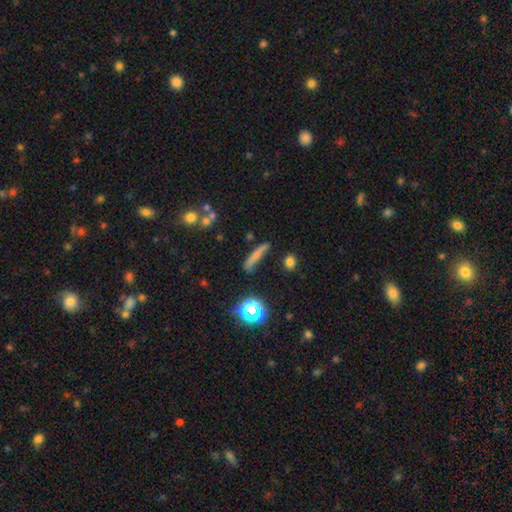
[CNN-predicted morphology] Smooth or featured: smooth — 66% (featured or disk — 20%)
How rounded: cigar-shaped — 85% (in between — 9%)
Merging: none — 72% (minor disturbance — 18%)